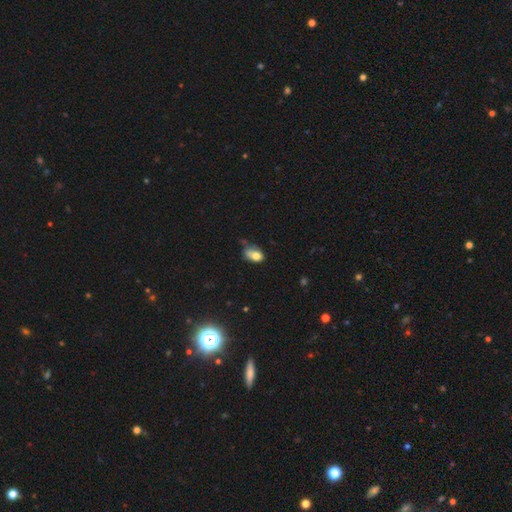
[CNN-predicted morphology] The model was most divided on "merging": none: 34%, minor disturbance: 31%, merger: 20%, major disturbance: 15%. More confident: how rounded — in between (76%); smooth or featured — smooth (73%).